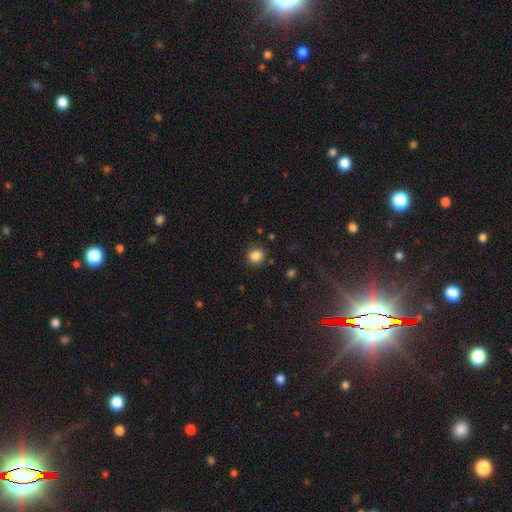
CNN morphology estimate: This is clearly a smooth galaxy (85%). How rounded: clearly round (84%). Merging: clearly none (85%).